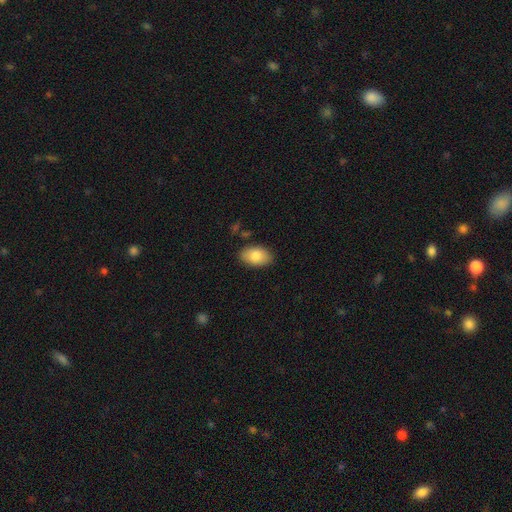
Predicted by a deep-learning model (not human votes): smooth-or-featured: smooth: 84% | featured or disk: 9% | star or artifact: 6%
  how-rounded: in between: 91% | round: 7% | cigar-shaped: 1%
  merging: none: 85% | minor disturbance: 11% | major disturbance: 2% | merger: 2%